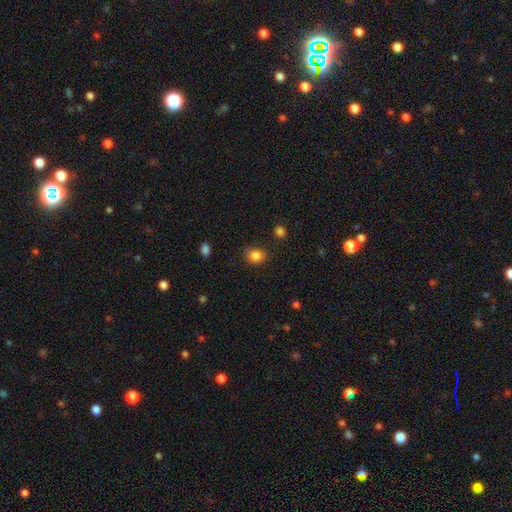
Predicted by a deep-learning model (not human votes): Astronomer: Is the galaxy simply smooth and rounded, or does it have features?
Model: smooth — 85%.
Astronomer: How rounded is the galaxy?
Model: round — 67%.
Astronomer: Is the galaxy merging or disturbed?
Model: none — 77%.